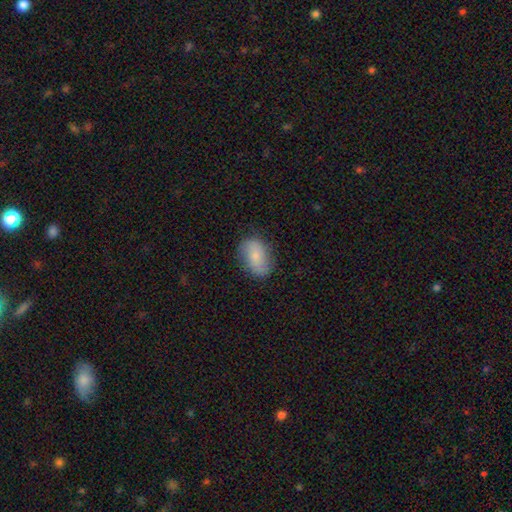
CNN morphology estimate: smooth_or_featured: smooth (p=0.65) [alt: featured or disk p=0.27]
how_rounded: in between (p=0.84) [alt: round p=0.14]
merging: none (p=0.78) [alt: minor disturbance p=0.17]